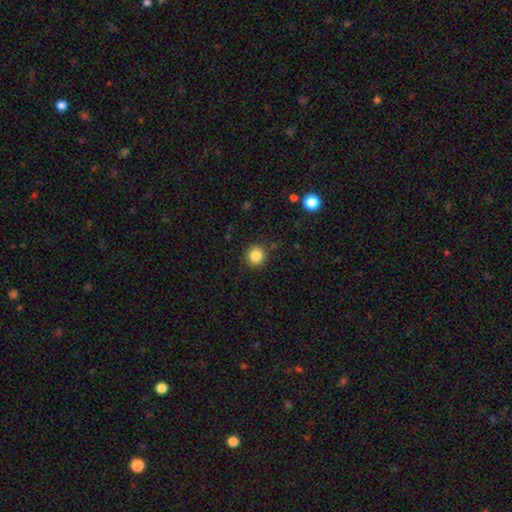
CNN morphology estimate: This appears to be a smooth galaxy with no disk features (85%) that is round (92%). Merging: none (88%).